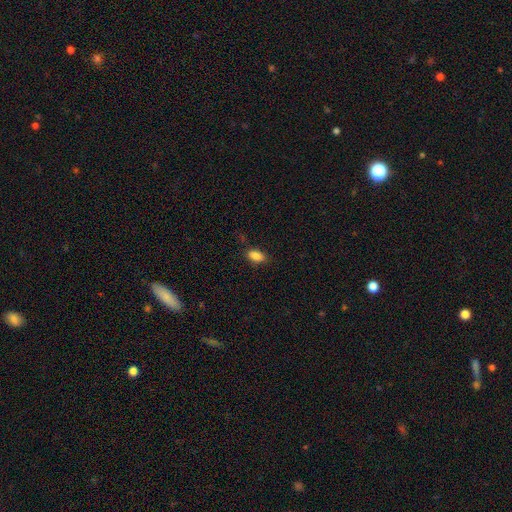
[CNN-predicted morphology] Overall: smooth (87%). How rounded: in between (90%). Merging: none (82%).